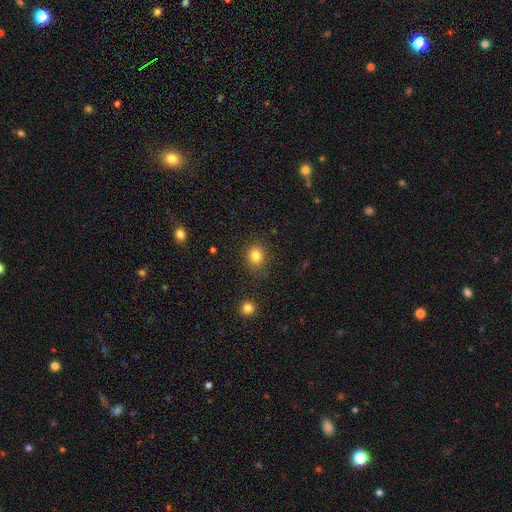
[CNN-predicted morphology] Smooth or featured? Predicted: smooth (p=0.82). How rounded? Predicted: round (p=0.76). Merging? Predicted: none (p=0.86).